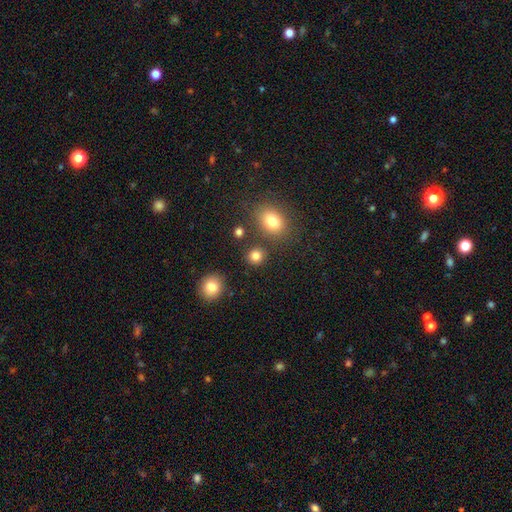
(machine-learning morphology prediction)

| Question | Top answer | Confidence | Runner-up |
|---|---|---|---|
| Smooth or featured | smooth | 83% | star or artifact (12%) |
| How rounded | round | 85% | in between (14%) |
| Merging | none | 84% | minor disturbance (7%) |